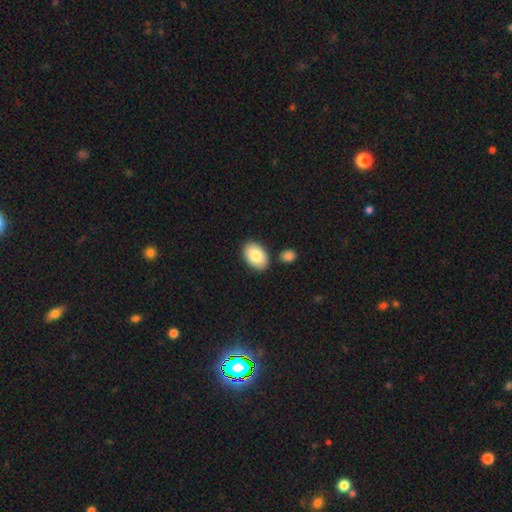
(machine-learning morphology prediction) A smooth galaxy with no disk features (84%) that is in between round and cigar-shaped (90%). Merging: none (82%).